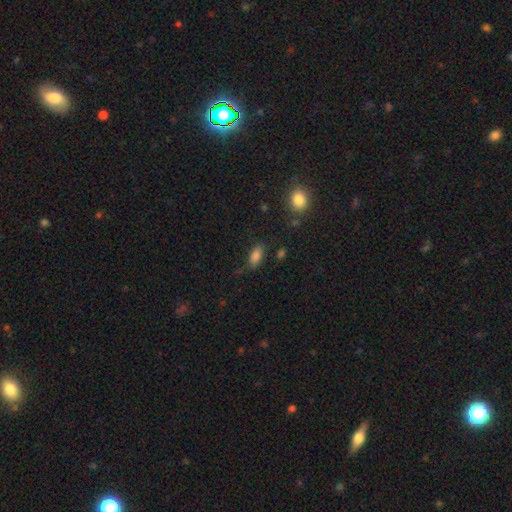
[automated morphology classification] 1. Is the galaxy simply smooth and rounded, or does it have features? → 84% smooth, 10% star or artifact, 6% featured or disk.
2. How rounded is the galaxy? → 88% in between, 9% cigar-shaped, 3% round.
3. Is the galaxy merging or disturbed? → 73% none, 18% minor disturbance, 5% major disturbance, 3% merger.